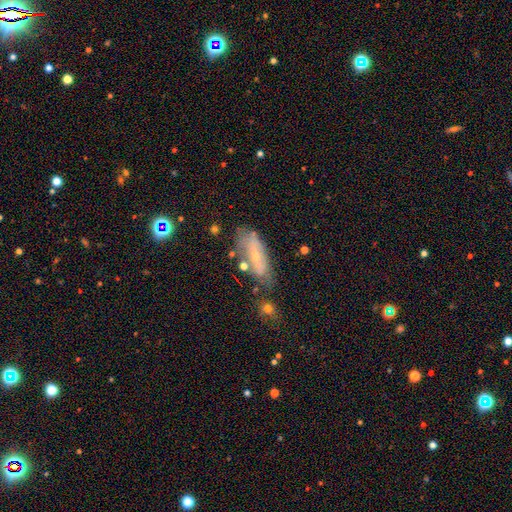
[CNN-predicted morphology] Q: Smooth or featured?
A: featured or disk (45%); runner-up: smooth (43%)
Q: Merging?
A: none (55%); runner-up: minor disturbance (25%)